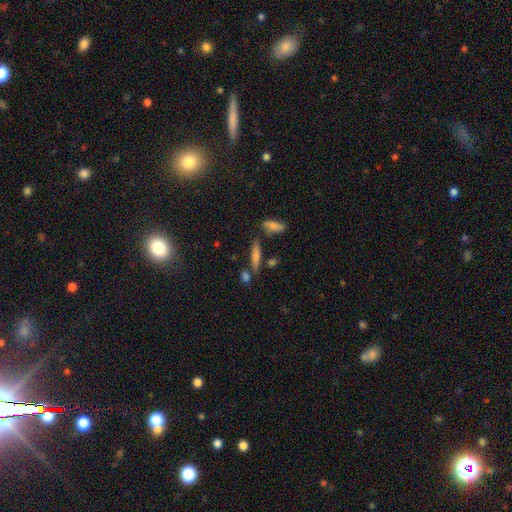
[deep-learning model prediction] This is likely a smooth galaxy (63%). How rounded: likely cigar-shaped (80%). Merging: likely none (73%).